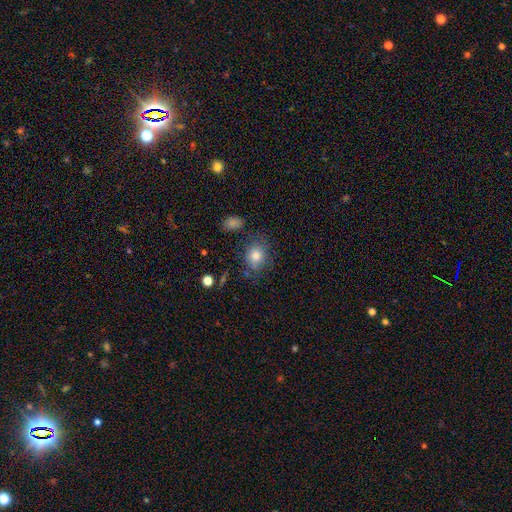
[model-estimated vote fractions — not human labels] Morphology: type=smooth (80%); roundness=round (53%); merging=none (70%).